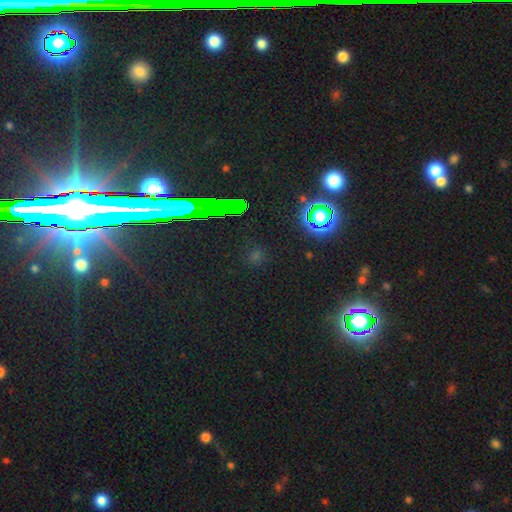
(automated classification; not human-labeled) The model was most divided on "smooth or featured": star or artifact: 73%, smooth: 19%, featured or disk: 9%.